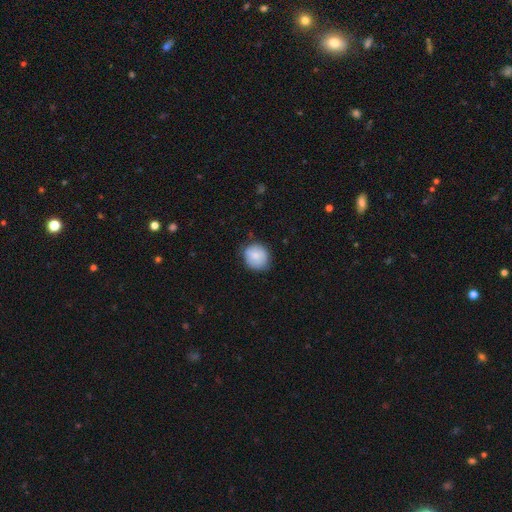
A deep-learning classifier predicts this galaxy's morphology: Overall: smooth (81%). How rounded: round (79%). Merging: none (75%).